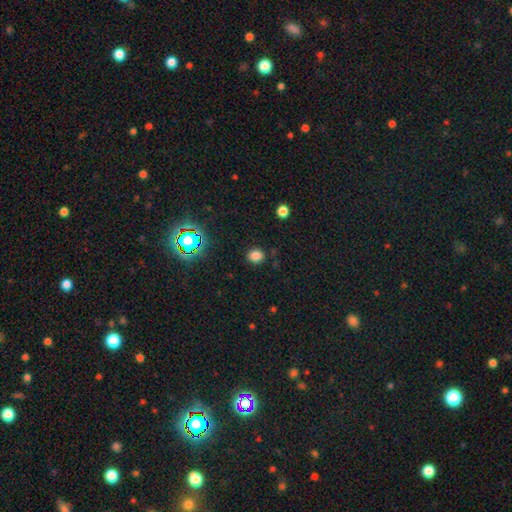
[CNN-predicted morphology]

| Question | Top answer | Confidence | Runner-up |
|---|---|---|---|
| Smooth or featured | smooth | 78% | star or artifact (18%) |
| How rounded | round | 70% | in between (29%) |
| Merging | none | 85% | minor disturbance (10%) |